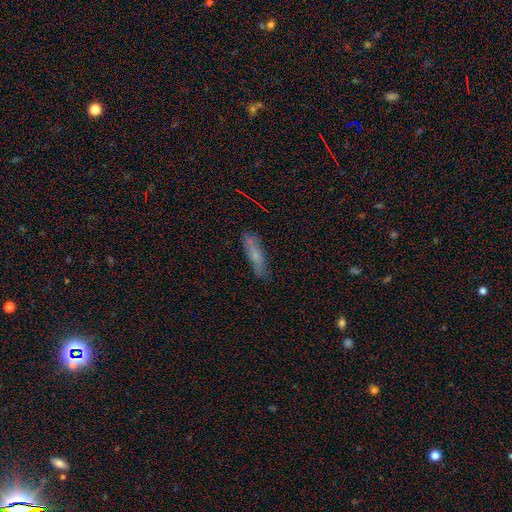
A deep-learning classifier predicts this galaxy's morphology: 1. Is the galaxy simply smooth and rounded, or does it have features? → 66% smooth, 26% featured or disk, 8% star or artifact.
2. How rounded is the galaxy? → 69% cigar-shaped, 29% in between, 2% round.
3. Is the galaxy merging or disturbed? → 70% none, 21% minor disturbance, 6% major disturbance, 3% merger.